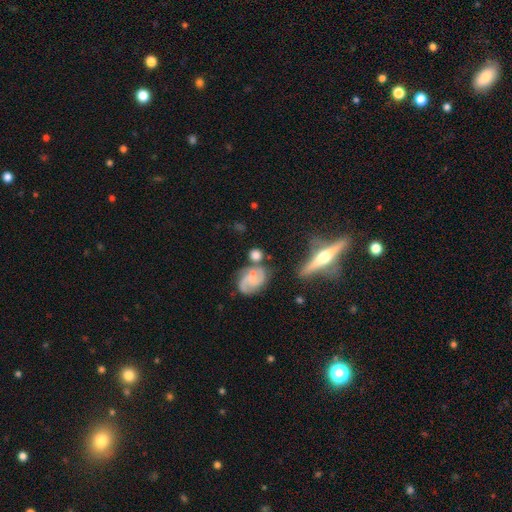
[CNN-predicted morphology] type=featured or disk (51%); edge-on=no (89%); merging=none (58%).